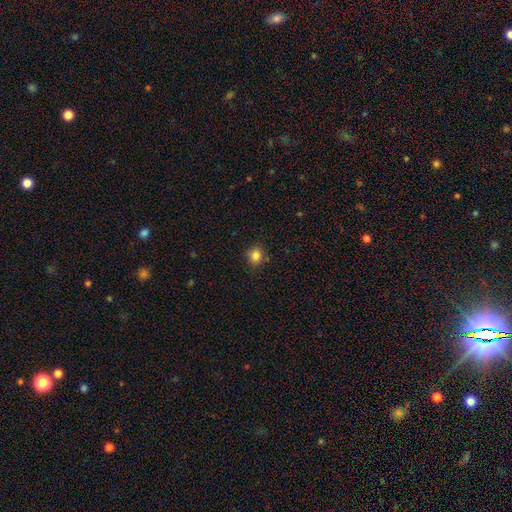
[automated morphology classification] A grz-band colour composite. It shows a smooth galaxy with no disk features (84%) that is round (83%). Merging: none (87%).